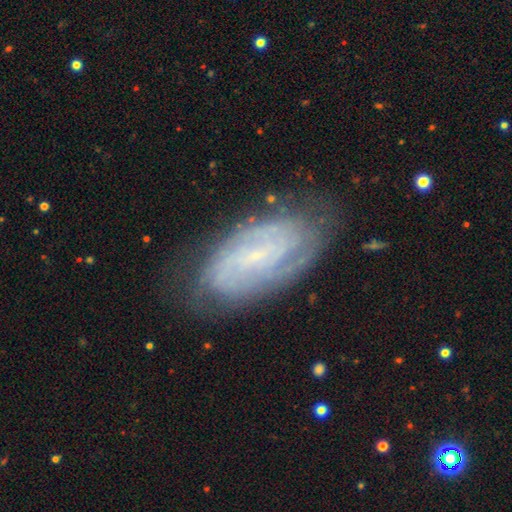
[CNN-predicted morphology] Q: Smooth or featured?
A: featured or disk (76%); runner-up: smooth (16%)
Q: Edge-on disk?
A: no (95%); runner-up: yes (5%)
Q: Bar?
A: weak (43%); runner-up: no (41%)
Q: Spiral arms?
A: yes (91%); runner-up: no (9%)
Q: Spiral winding?
A: tight (62%); runner-up: medium (29%)
Q: Spiral arm count?
A: can't tell (42%); runner-up: 2 (31%)
Q: Bulge size?
A: small (80%); runner-up: none (10%)
Q: Merging?
A: none (74%); runner-up: minor disturbance (19%)